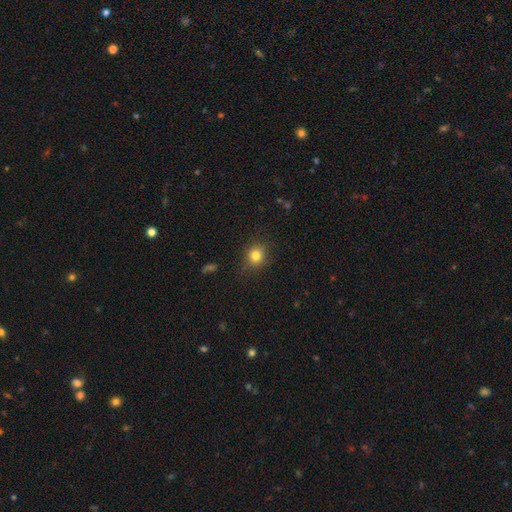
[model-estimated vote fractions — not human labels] Morphology: type=smooth (81%); roundness=round (81%); merging=none (83%).